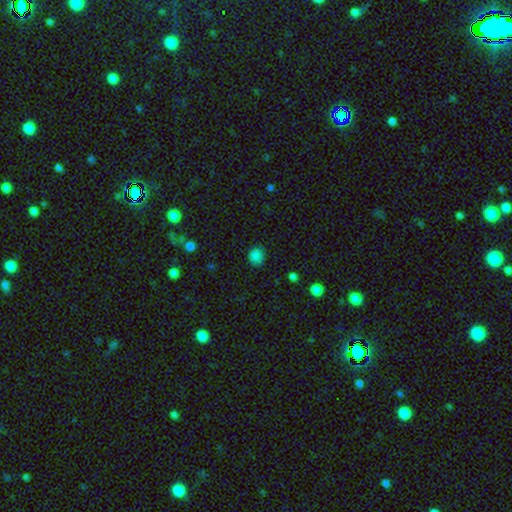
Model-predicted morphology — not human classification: The model was most divided on "how rounded": round: 73%, in between: 26%, cigar-shaped: 1%. More confident: merging — none (83%); smooth or featured — smooth (82%).